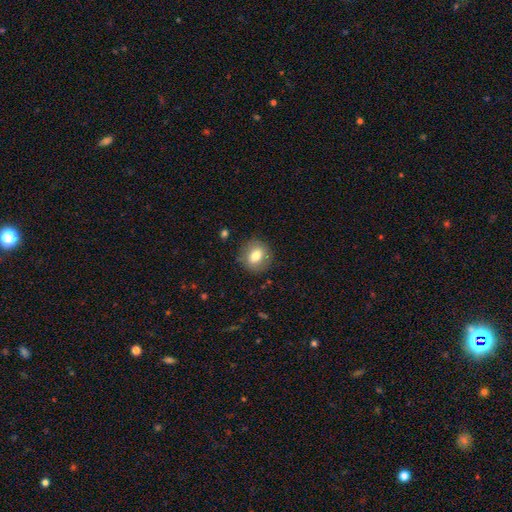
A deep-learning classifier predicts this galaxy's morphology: Smooth or featured?
  - smooth: 75% *
  - featured or disk: 17%
  - star or artifact: 9%
How rounded?
  - round: 72% *
  - in between: 27%
  - cigar-shaped: 1%
Merging?
  - none: 84% *
  - minor disturbance: 11%
  - major disturbance: 4%
  - merger: 1%